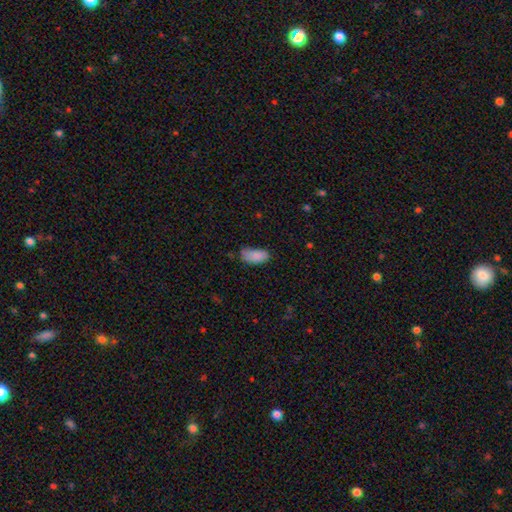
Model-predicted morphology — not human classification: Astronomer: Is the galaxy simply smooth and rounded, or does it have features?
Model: smooth — 86%.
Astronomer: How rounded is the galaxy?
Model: in between — 91%.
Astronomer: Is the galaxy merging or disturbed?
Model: none — 54% (runner-up: minor disturbance, 33%).